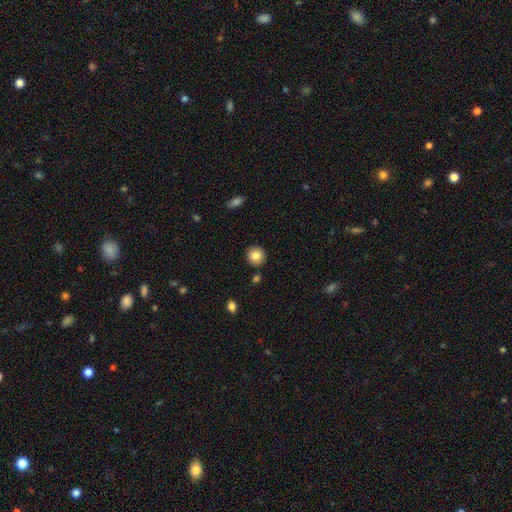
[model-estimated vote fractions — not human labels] A smooth galaxy with no disk features (84%) that is round (93%).

Vote fractions:
- Smooth or featured? smooth: 84% / star or artifact: 9% / featured or disk: 7%
- How rounded? round: 93% / in between: 6% / cigar-shaped: 1%
- Merging? none: 90% / minor disturbance: 6% / merger: 2% / major disturbance: 2%